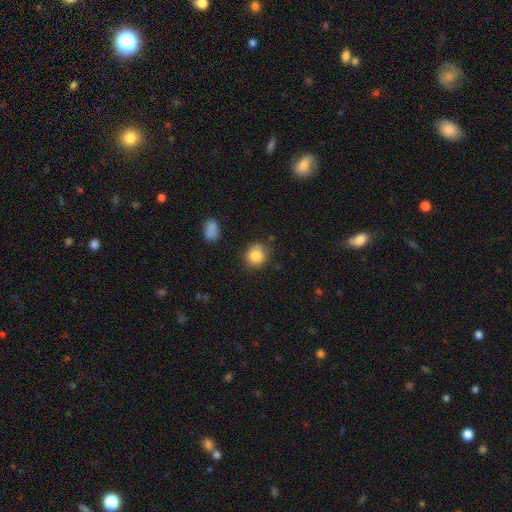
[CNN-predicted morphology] A smooth galaxy with no disk features (85%) that is round (82%).

Vote fractions:
- Smooth or featured? smooth: 85% / star or artifact: 9% / featured or disk: 6%
- How rounded? round: 82% / in between: 17% / cigar-shaped: 1%
- Merging? none: 79% / minor disturbance: 15% / major disturbance: 3% / merger: 3%